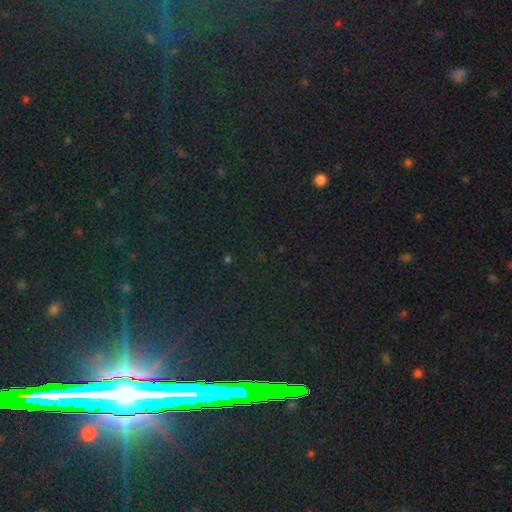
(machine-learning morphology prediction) Q: Smooth or featured?
A: star or artifact (84%); runner-up: smooth (9%)